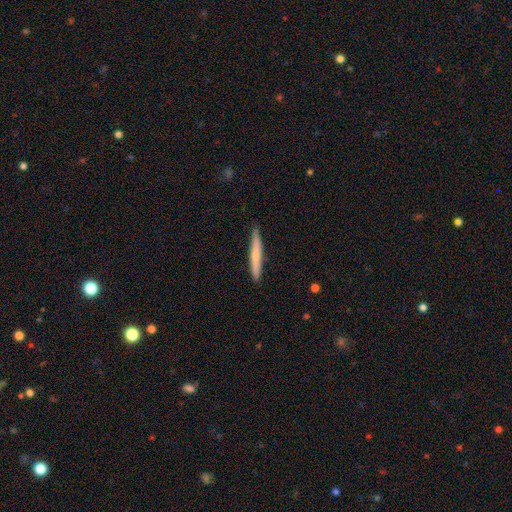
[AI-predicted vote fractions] This is likely a smooth galaxy (64%). How rounded: clearly cigar-shaped (96%). Merging: clearly none (88%).